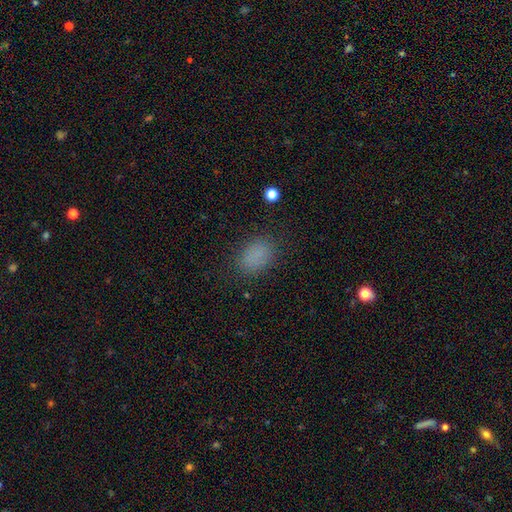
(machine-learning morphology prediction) A smooth galaxy with no disk features (80%) that is in between round and cigar-shaped (78%). Merging: none (81%).